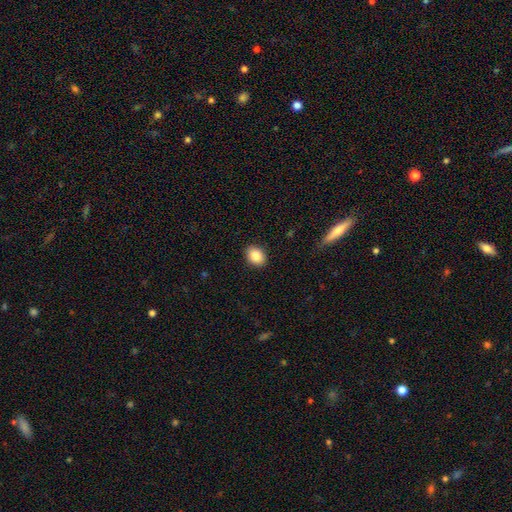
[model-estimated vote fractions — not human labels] smooth_or_featured: smooth (p=0.85) [alt: star or artifact p=0.08]
how_rounded: in between (p=0.62) [alt: round p=0.38]
merging: none (p=0.90) [alt: minor disturbance p=0.07]